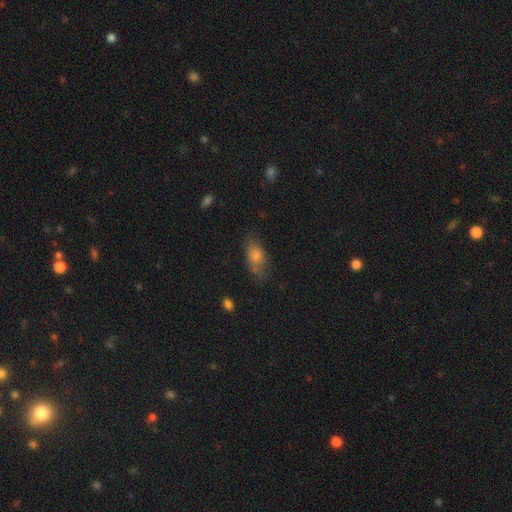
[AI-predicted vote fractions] smooth 70%, featured or disk 18%, star or artifact 12%. Down the decision tree: how rounded — in between (77%); merging — none (69%).